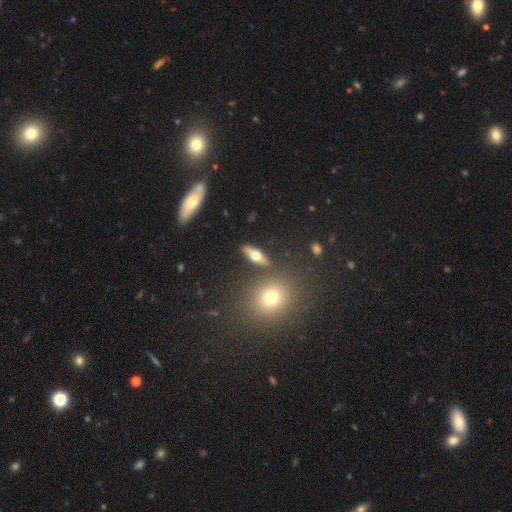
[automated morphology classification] A smooth galaxy with no disk features (47%). Merging: none (84%).